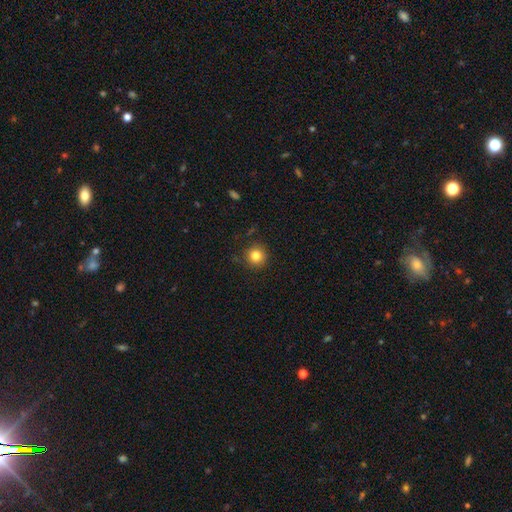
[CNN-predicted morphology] A smooth galaxy with no disk features (83%) that is round (93%). Merging: none (87%).